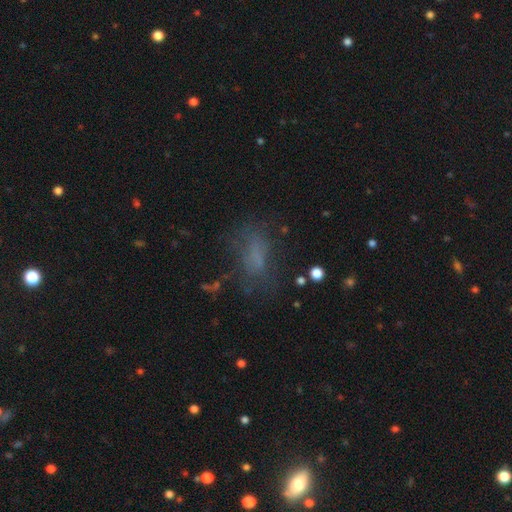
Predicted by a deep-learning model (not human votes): The model was most divided on "merging": none: 57%, major disturbance: 20%, minor disturbance: 20%, merger: 3%. More confident: how rounded — in between (79%); smooth or featured — smooth (60%).